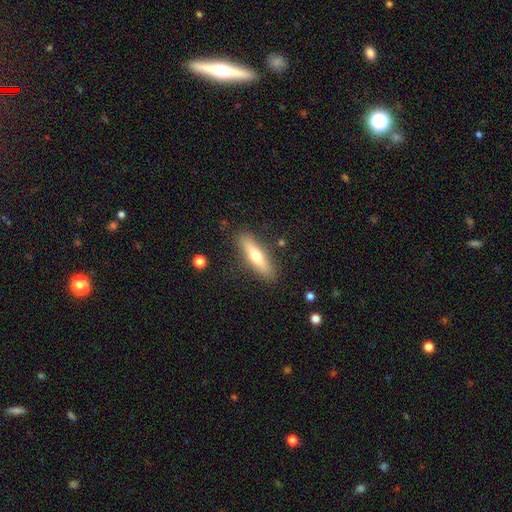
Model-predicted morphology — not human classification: type=smooth (56%); roundness=cigar-shaped (74%); merging=none (86%).